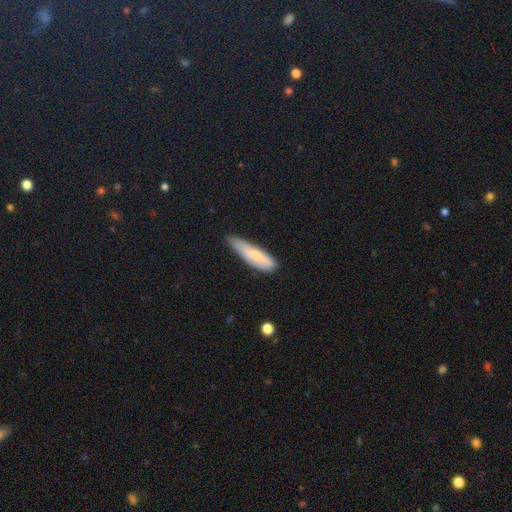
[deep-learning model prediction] Morphology: type=smooth (74%); roundness=cigar-shaped (68%); merging=none (53%).